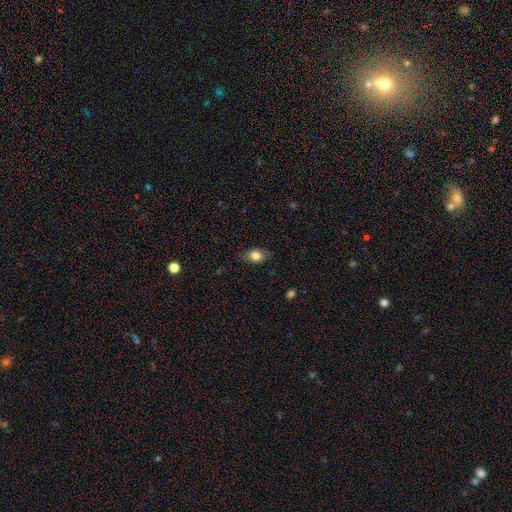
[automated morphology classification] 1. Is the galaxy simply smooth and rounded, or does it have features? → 79% smooth, 14% featured or disk, 8% star or artifact.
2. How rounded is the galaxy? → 84% in between, 14% round, 3% cigar-shaped.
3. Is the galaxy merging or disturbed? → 80% none, 16% minor disturbance, 3% major disturbance, 1% merger.